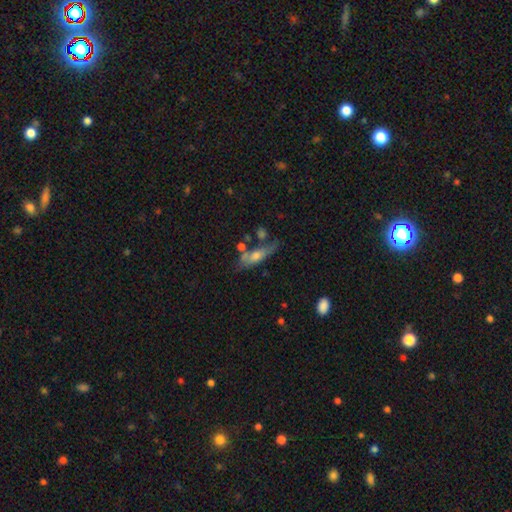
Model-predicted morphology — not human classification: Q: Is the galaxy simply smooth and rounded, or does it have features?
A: smooth — 48%.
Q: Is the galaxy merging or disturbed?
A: none — 52%.